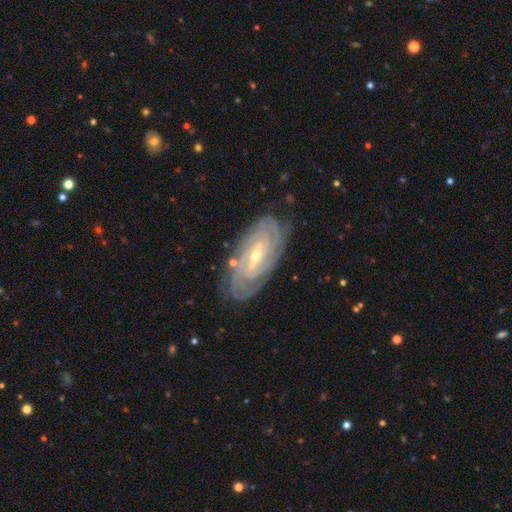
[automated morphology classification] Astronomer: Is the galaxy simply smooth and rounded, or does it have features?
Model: featured or disk — 90%.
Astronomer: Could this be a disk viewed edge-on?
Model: no — 94%.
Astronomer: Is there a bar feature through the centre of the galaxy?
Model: weak — 43% (runner-up: strong, 29%).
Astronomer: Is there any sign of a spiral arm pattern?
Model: yes — 98%.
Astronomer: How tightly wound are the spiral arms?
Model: tight — 84%.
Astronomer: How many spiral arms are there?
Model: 4 — 29% (runner-up: can't tell, 25%).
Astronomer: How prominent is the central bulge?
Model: small — 63%.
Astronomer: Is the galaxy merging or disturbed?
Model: none — 82%.